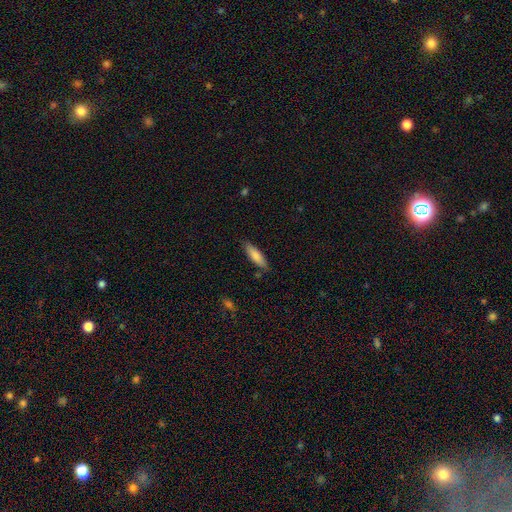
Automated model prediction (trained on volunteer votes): Smooth or featured? Predicted: smooth (p=0.81). How rounded? Predicted: cigar-shaped (p=0.61). Merging? Predicted: none (p=0.83).